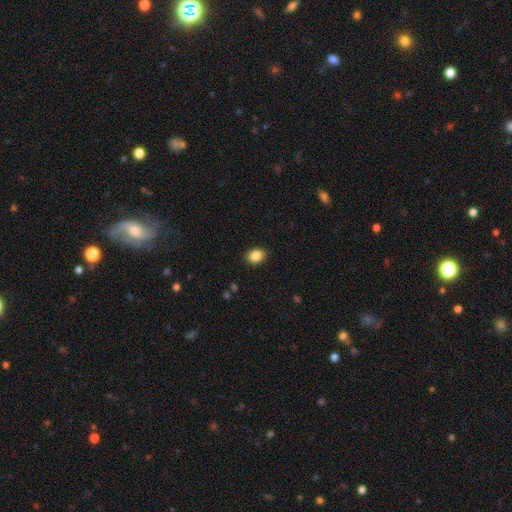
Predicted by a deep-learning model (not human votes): smooth 87%, star or artifact 9%, featured or disk 4%. Down the decision tree: how rounded — in between (57%); merging — none (89%).